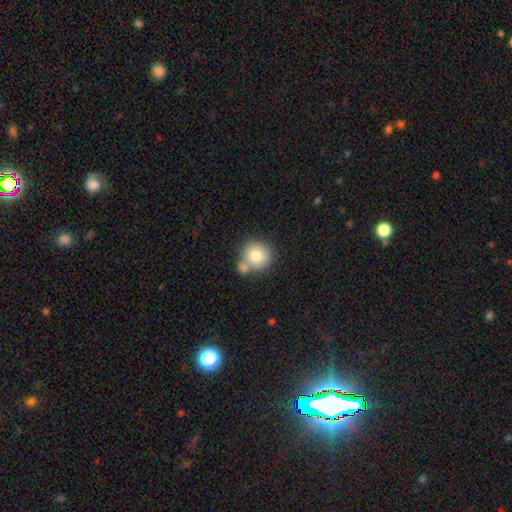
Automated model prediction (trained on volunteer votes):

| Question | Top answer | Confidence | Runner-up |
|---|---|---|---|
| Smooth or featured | smooth | 79% | featured or disk (12%) |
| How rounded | round | 89% | in between (10%) |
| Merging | none | 51% | merger (35%) |